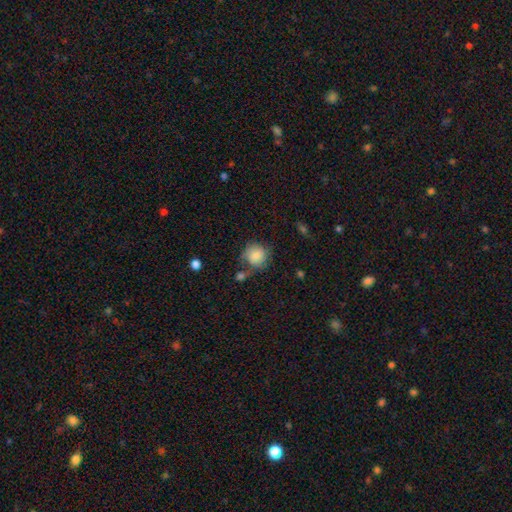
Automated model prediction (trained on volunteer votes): smooth 83%, featured or disk 10%, star or artifact 7%. Down the decision tree: how rounded — round (84%); merging — none (56%).